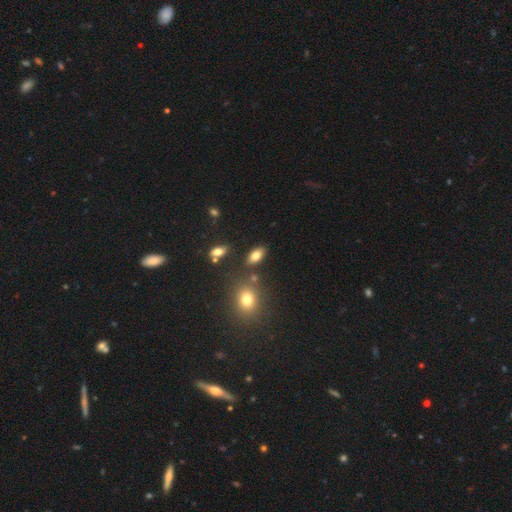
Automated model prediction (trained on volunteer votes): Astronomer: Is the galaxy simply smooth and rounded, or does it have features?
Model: smooth — 78%.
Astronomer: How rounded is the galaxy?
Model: in between — 88%.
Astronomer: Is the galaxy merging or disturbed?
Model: none — 80%.